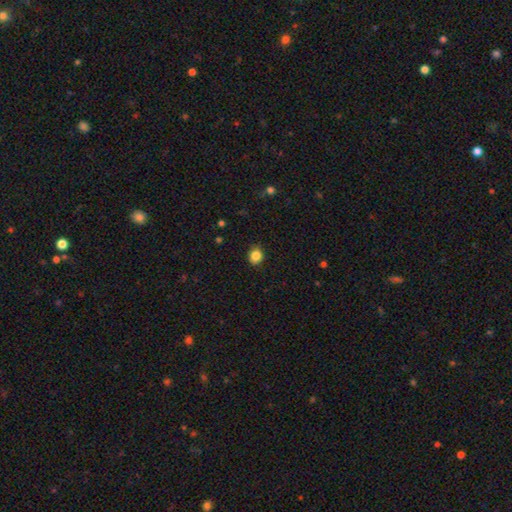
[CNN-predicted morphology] Smooth or featured? Predicted: smooth (p=0.85). How rounded? Predicted: round (p=0.67). Merging? Predicted: none (p=0.85).